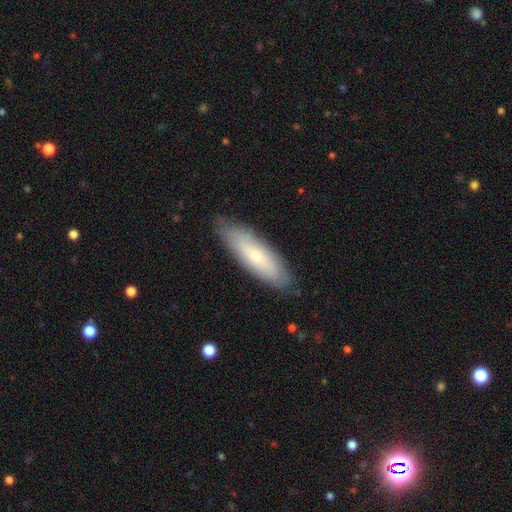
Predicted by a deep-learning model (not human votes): Overall: smooth (66%; featured or disk 28%). How rounded: cigar-shaped (51%; in between 48%). Merging: none (83%).